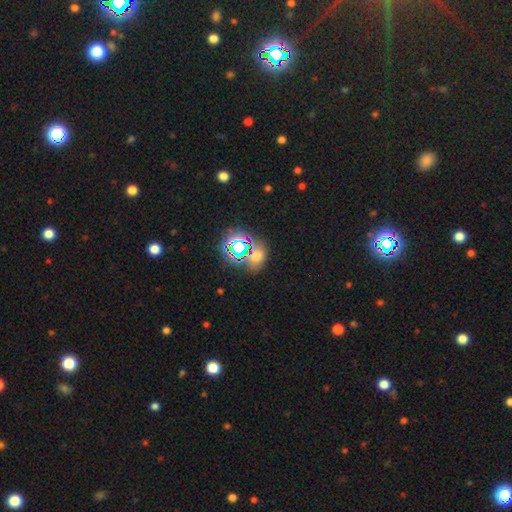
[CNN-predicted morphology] A smooth galaxy with no disk features (47%).

Vote fractions:
- Smooth or featured? smooth: 47% / star or artifact: 44% / featured or disk: 10%
- Merging? none: 66% / merger: 15% / minor disturbance: 13% / major disturbance: 6%